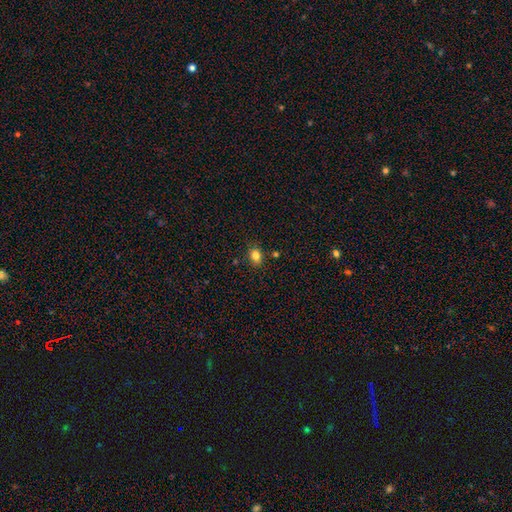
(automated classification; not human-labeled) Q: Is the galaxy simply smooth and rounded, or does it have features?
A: smooth — 81%.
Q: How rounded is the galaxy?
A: in between — 58%.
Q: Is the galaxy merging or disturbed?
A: none — 83%.